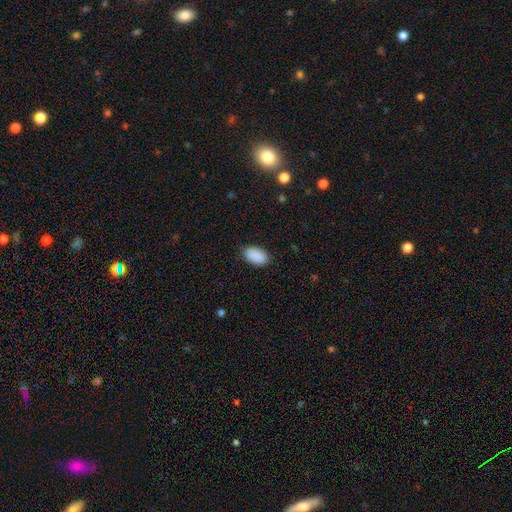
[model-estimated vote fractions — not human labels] Smooth or featured?
  - smooth: 91% *
  - star or artifact: 7%
  - featured or disk: 3%
How rounded?
  - in between: 94% *
  - round: 4%
  - cigar-shaped: 1%
Merging?
  - none: 87% *
  - minor disturbance: 10%
  - major disturbance: 2%
  - merger: 1%